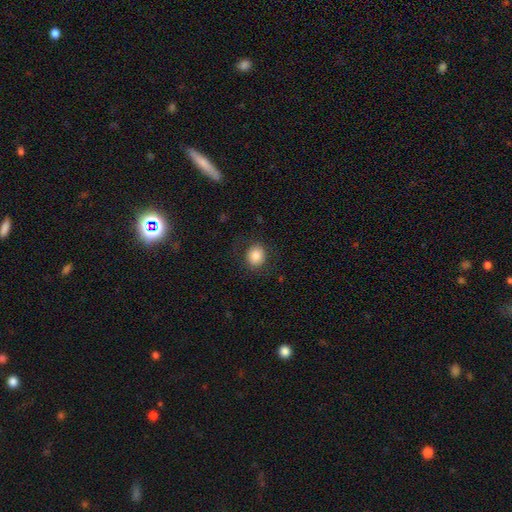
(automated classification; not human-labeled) Morphology: type=smooth (83%); roundness=round (69%); merging=none (85%).